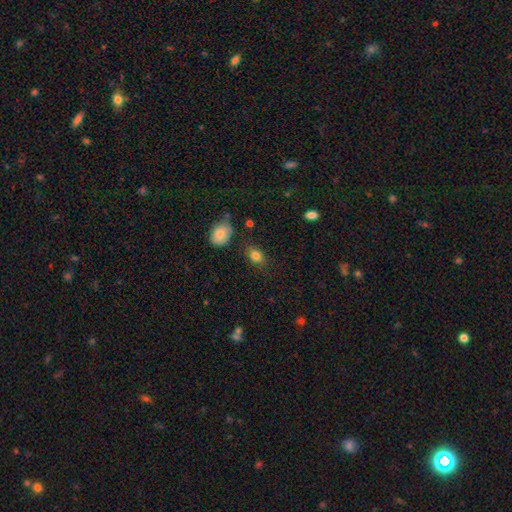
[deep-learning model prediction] Smooth or featured?
  - smooth: 82% *
  - star or artifact: 10%
  - featured or disk: 8%
How rounded?
  - in between: 78% *
  - round: 21%
  - cigar-shaped: 2%
Merging?
  - none: 79% *
  - minor disturbance: 14%
  - major disturbance: 4%
  - merger: 3%